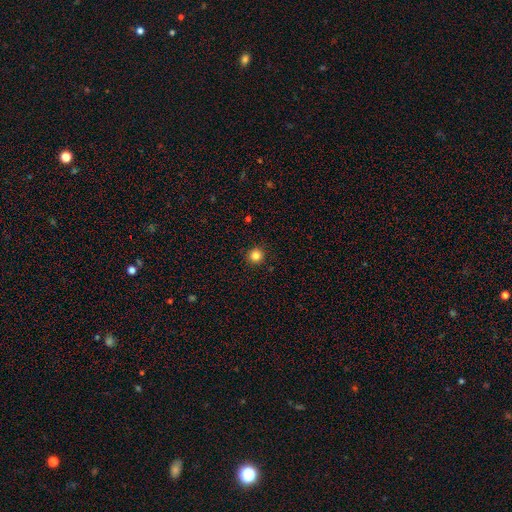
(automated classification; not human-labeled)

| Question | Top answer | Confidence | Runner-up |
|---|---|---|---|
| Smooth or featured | smooth | 84% | star or artifact (12%) |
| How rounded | round | 94% | in between (5%) |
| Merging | none | 92% | minor disturbance (5%) |